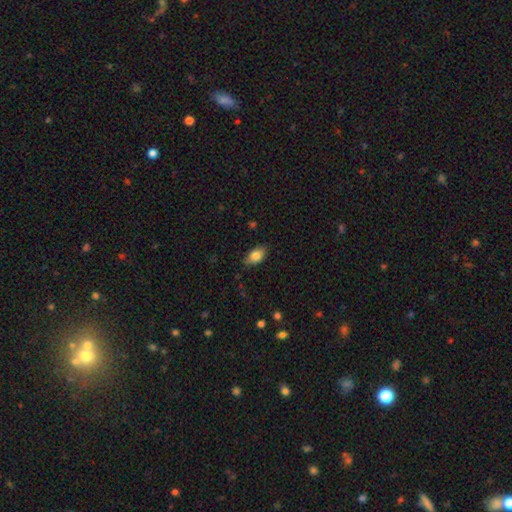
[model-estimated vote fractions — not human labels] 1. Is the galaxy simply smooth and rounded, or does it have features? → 82% smooth, 10% featured or disk, 8% star or artifact.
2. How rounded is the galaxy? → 89% in between, 9% round, 2% cigar-shaped.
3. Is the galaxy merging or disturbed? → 81% none, 15% minor disturbance, 3% major disturbance, 1% merger.